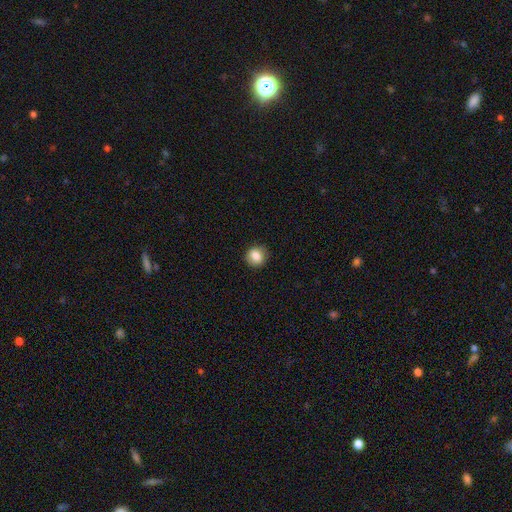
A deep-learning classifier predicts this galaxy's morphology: Smooth or featured?
  - smooth: 85% *
  - star or artifact: 9%
  - featured or disk: 6%
How rounded?
  - round: 80% *
  - in between: 19%
  - cigar-shaped: 1%
Merging?
  - none: 88% *
  - minor disturbance: 9%
  - major disturbance: 2%
  - merger: 1%